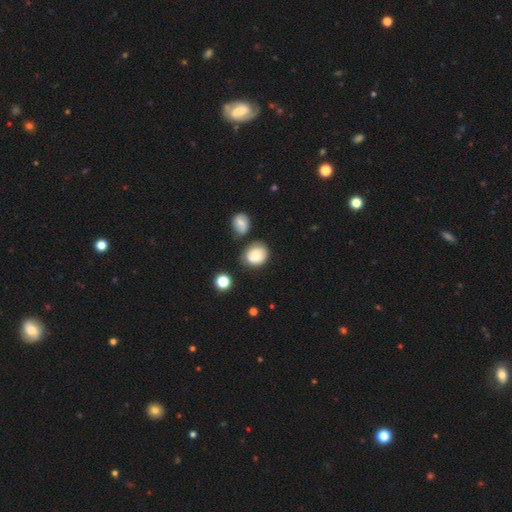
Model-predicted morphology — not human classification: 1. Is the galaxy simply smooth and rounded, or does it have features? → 75% smooth, 16% featured or disk, 9% star or artifact.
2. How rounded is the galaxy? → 69% round, 30% in between, 1% cigar-shaped.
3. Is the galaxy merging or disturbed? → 64% none, 21% minor disturbance, 9% merger, 6% major disturbance.